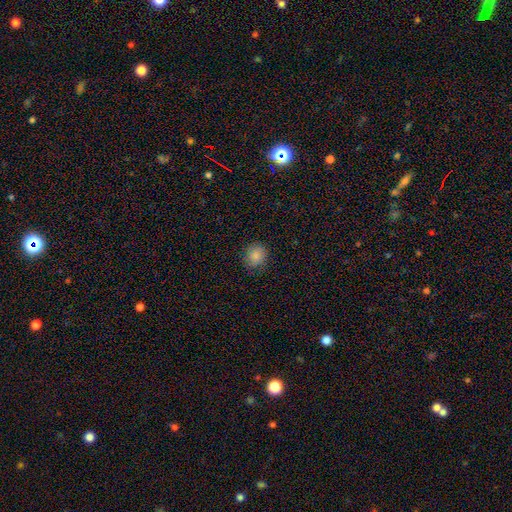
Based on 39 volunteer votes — Volunteers were most divided on "merging": none: 74%, minor disturbance: 17%, major disturbance: 9%, merger: 0%. More confident: smooth or featured — smooth (87%); how rounded — round (82%).